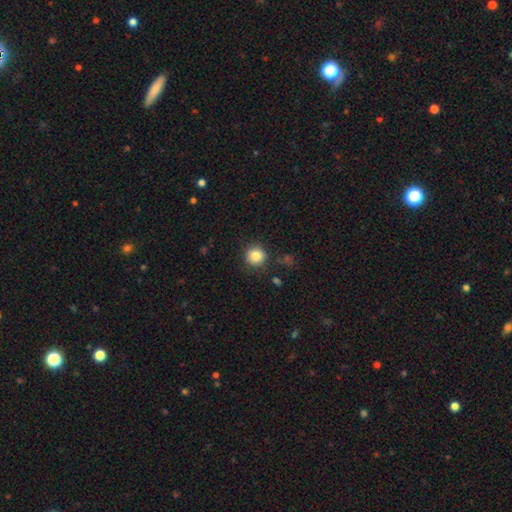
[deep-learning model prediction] A smooth galaxy with no disk features (84%) that is round (93%). Merging: none (87%).